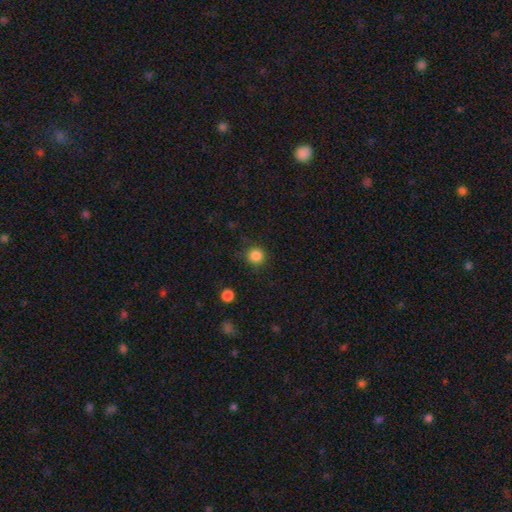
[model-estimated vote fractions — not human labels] A smooth galaxy with no disk features (85%) that is round (94%). Merging: none (86%).